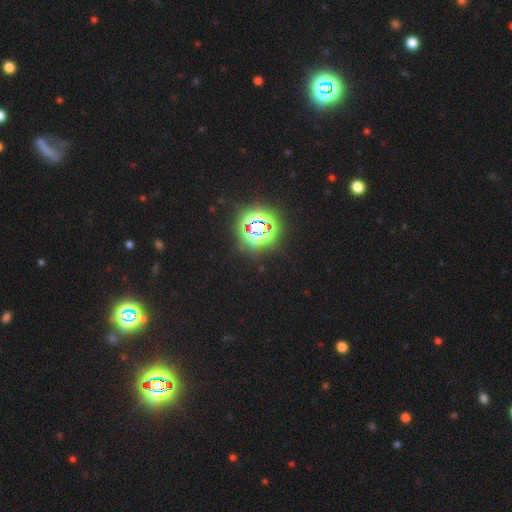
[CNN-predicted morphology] A star or artifact, not a galaxy (78%).